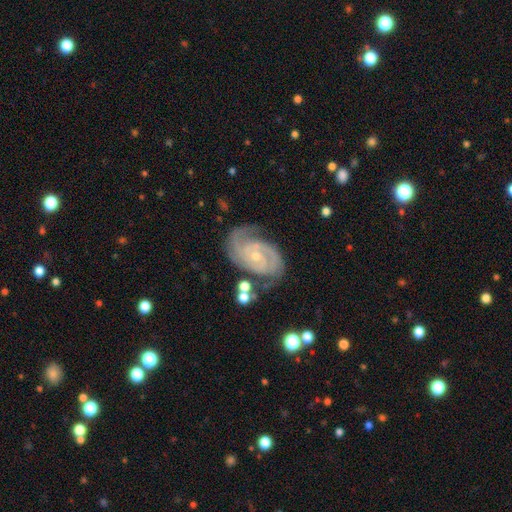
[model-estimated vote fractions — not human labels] smooth-or-featured: featured or disk: 90% | star or artifact: 5% | smooth: 4%
  disk-edge-on: no: 97% | yes: 3%
    bar: no: 64% | weak: 28% | strong: 8%
    has-spiral-arms: yes: 98% | no: 2%
      spiral-winding: tight: 65% | medium: 30% | loose: 5%
      spiral-arm-count: 2: 68% | 3: 16% | can't tell: 7% | 4: 3% | 1: 3% | more than 4: 3%
    bulge-size: small: 74% | moderate: 22% | none: 2% | large: 1% | dominant: 1%
  merging: none: 70% | minor disturbance: 19% | major disturbance: 7% | merger: 4%